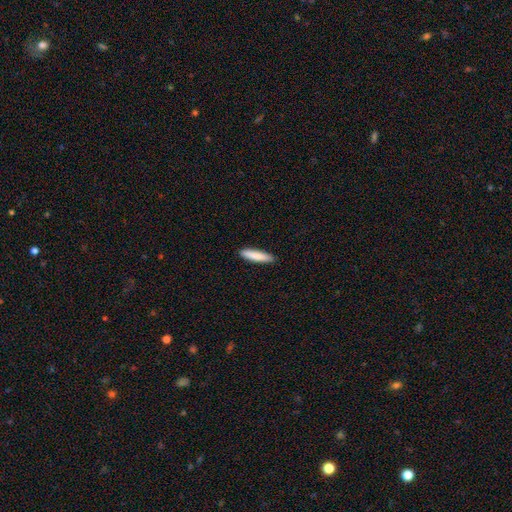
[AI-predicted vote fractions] This appears to be a smooth galaxy with no disk features (86%) that is cigar-shaped (83%). Merging: none (91%).